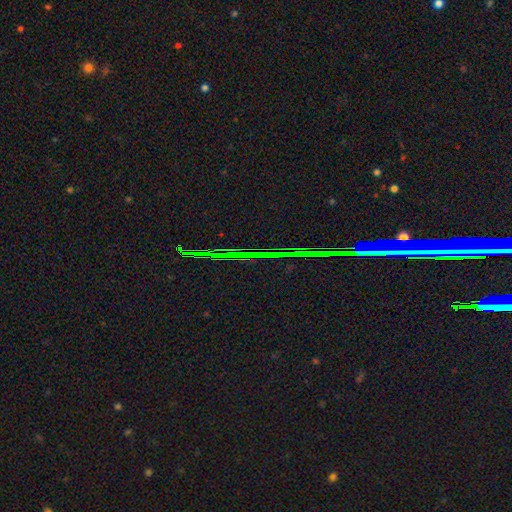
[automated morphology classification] This appears to be a star or artifact, not a galaxy (82%).